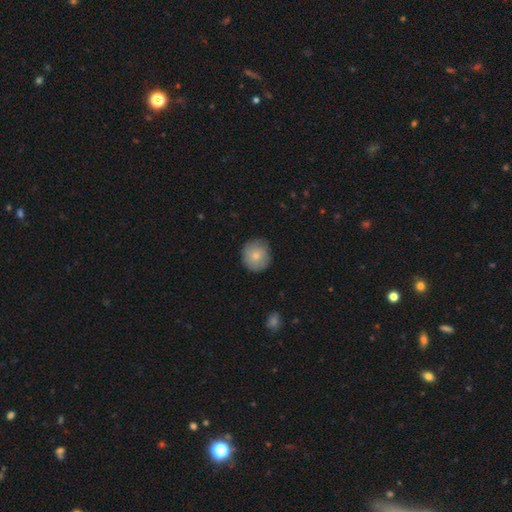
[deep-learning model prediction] Morphology: type=smooth (80%); roundness=round (90%); merging=none (80%).